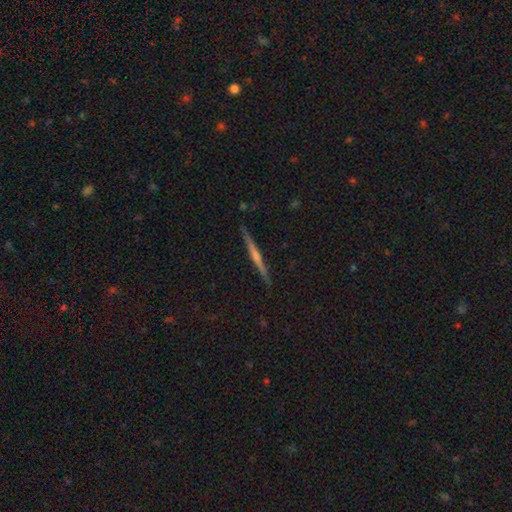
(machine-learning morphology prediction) Smooth or featured? featured or disk (75%)
Edge-on disk? yes (98%)
Edge-on bulge? rounded (64%)
Merging? none (91%)